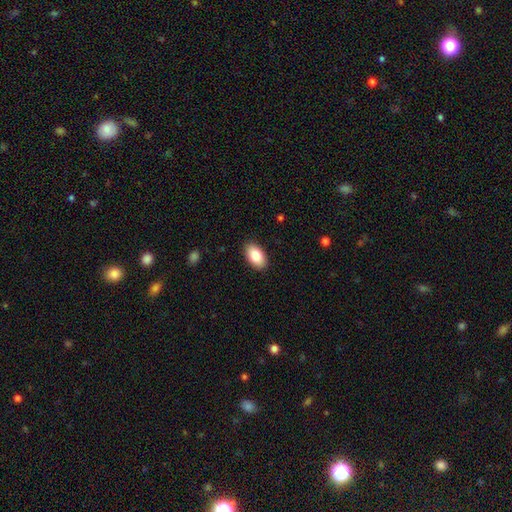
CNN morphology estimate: A smooth galaxy with no disk features (85%) that is in between round and cigar-shaped (94%). Merging: none (89%).